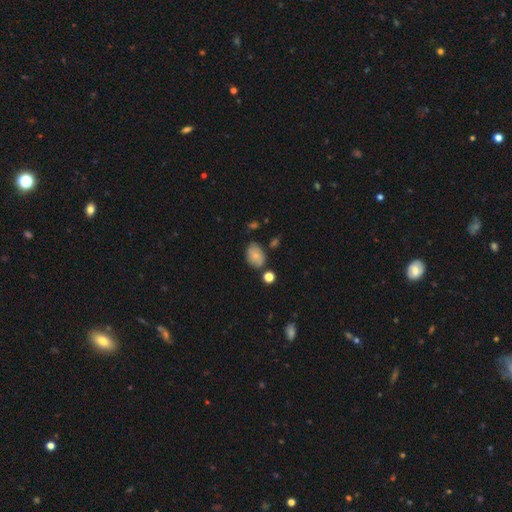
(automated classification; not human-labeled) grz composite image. It shows a smooth galaxy with no disk features (69%) that is in between round and cigar-shaped (71%). Merging: none (67%).